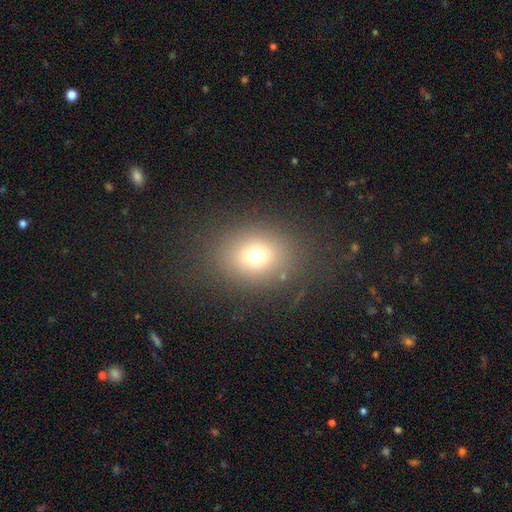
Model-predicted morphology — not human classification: The model was most divided on "how rounded": round: 55%, in between: 44%, cigar-shaped: 1%. More confident: merging — none (80%); smooth or featured — smooth (70%).